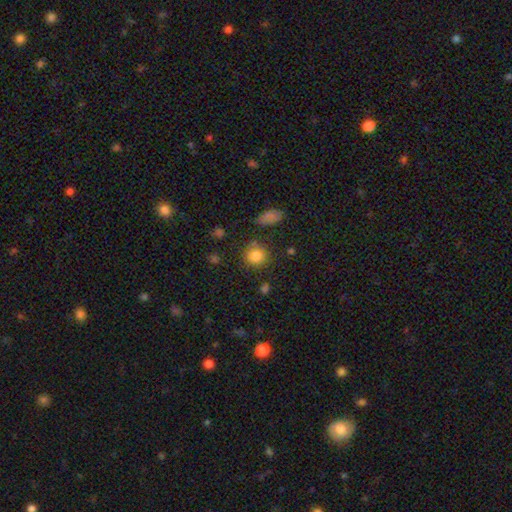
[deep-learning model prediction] Smooth or featured? Predicted: smooth (p=0.83). How rounded? Predicted: round (p=0.87). Merging? Predicted: none (p=0.79).